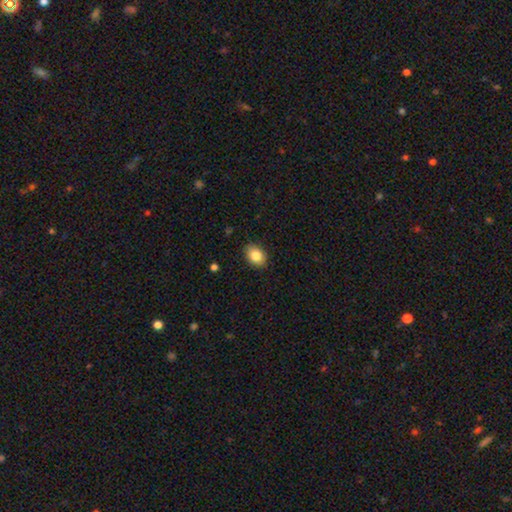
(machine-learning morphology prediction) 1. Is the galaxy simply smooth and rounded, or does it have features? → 84% smooth, 8% star or artifact, 8% featured or disk.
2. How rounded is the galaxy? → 72% in between, 27% round, 1% cigar-shaped.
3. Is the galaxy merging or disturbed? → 87% none, 10% minor disturbance, 2% major disturbance, 1% merger.